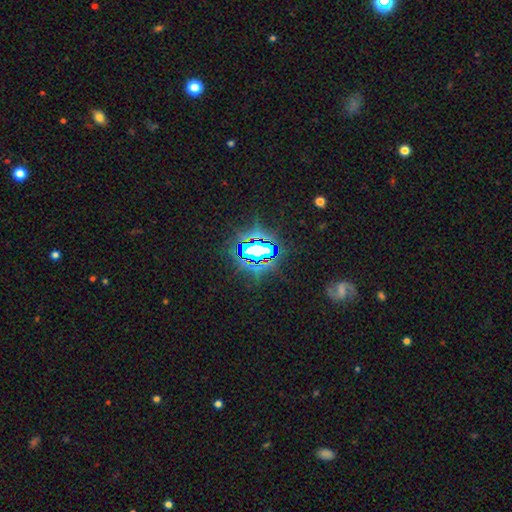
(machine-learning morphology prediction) smooth-or-featured: star or artifact: 82% | smooth: 10% | featured or disk: 8%